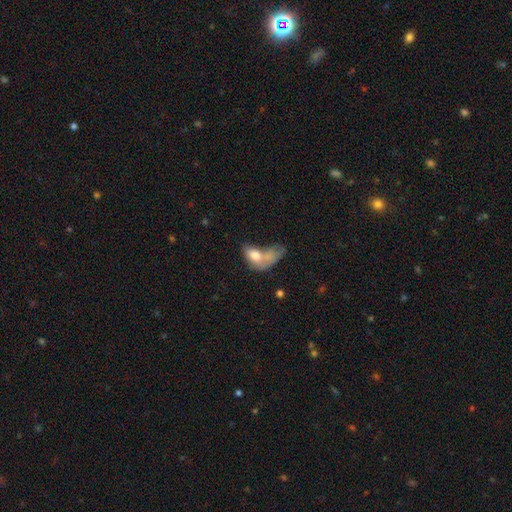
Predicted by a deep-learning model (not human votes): This is likely a smooth galaxy (71%). How rounded: clearly in between (87%). Merging: possibly merger (47%).